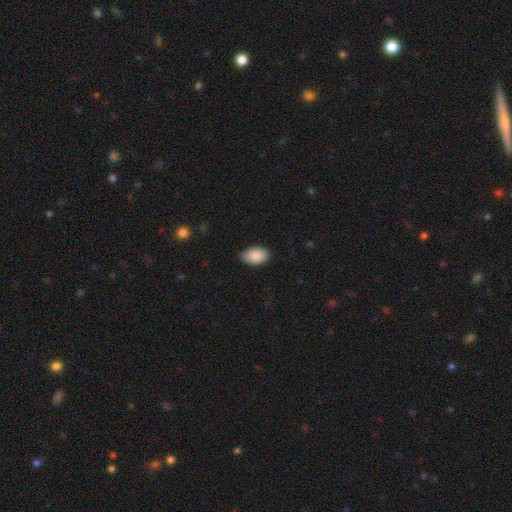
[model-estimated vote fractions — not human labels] This appears to be a smooth galaxy with no disk features (89%) that is in between round and cigar-shaped (93%). Merging: none (80%).